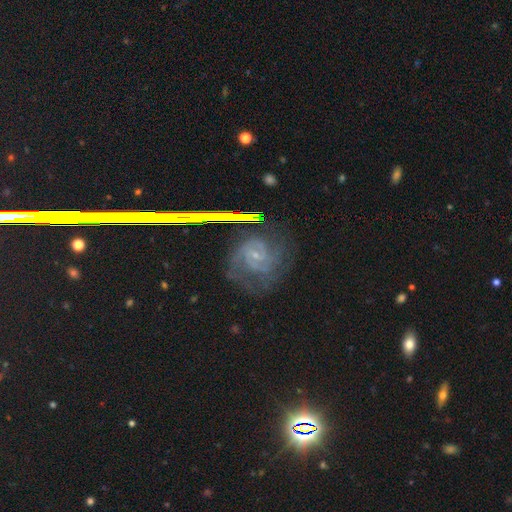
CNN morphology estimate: featured or disk 79%, star or artifact 12%, smooth 9%. Down the decision tree: edge-on disk — no (97%); bar — no (53%); spiral arms — yes (95%); spiral arm count — 2 (42%); spiral winding — tight (47%); bulge size — small (78%); merging — none (63%).